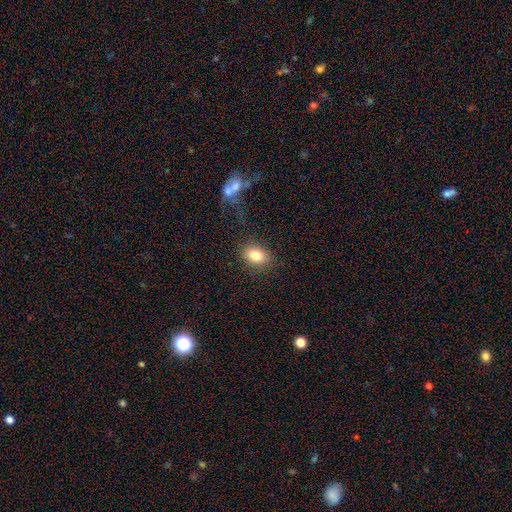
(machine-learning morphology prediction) This appears to be a smooth galaxy with no disk features (80%) that is in between round and cigar-shaped (68%). Merging: none (84%).